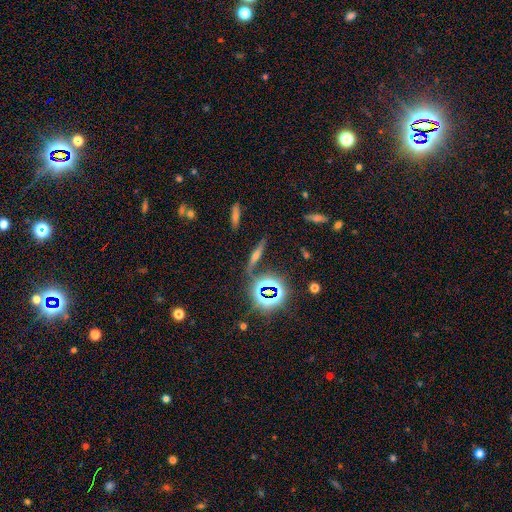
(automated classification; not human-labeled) Morphology: type=featured or disk (40%); merging=none (79%).